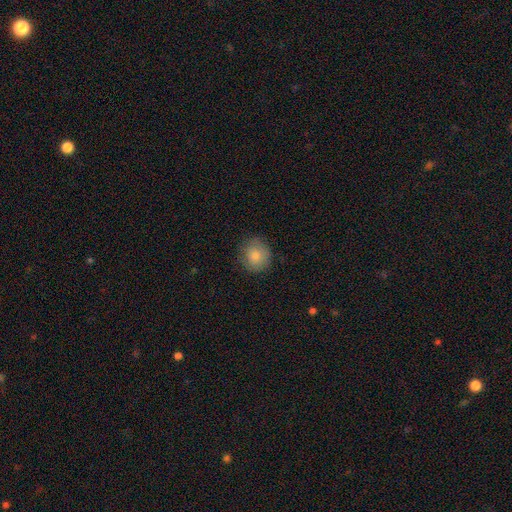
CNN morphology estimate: Smooth or featured? Predicted: smooth (p=0.83). How rounded? Predicted: round (p=0.84). Merging? Predicted: none (p=0.82).